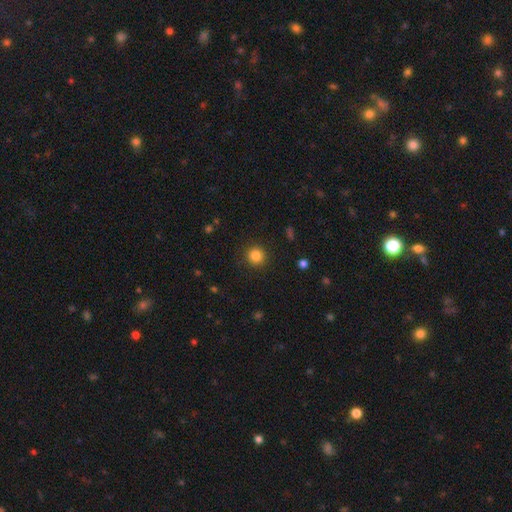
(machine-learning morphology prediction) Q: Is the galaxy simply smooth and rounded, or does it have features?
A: smooth — 84%.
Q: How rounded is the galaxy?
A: round — 93%.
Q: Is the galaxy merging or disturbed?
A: none — 90%.